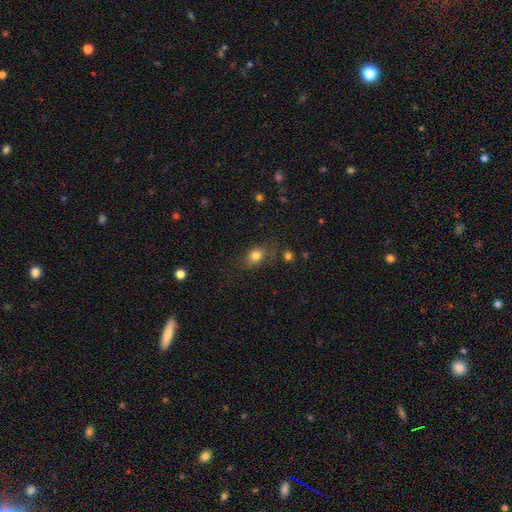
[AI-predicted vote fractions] Overall: smooth (80%). How rounded: in between (53%; round 45%). Merging: none (74%).